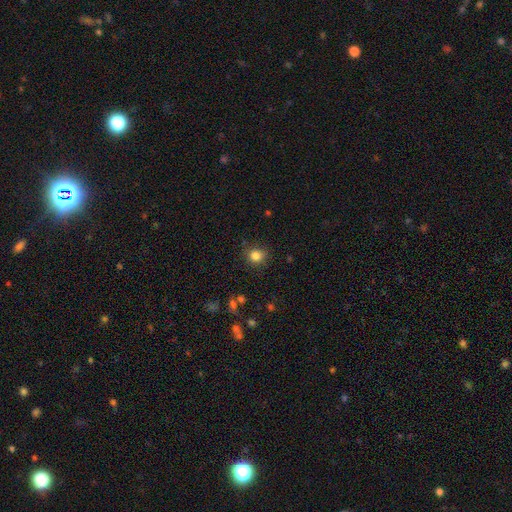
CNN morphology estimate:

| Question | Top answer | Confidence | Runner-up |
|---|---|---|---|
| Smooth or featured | smooth | 84% | star or artifact (12%) |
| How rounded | round | 86% | in between (13%) |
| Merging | none | 85% | minor disturbance (10%) |